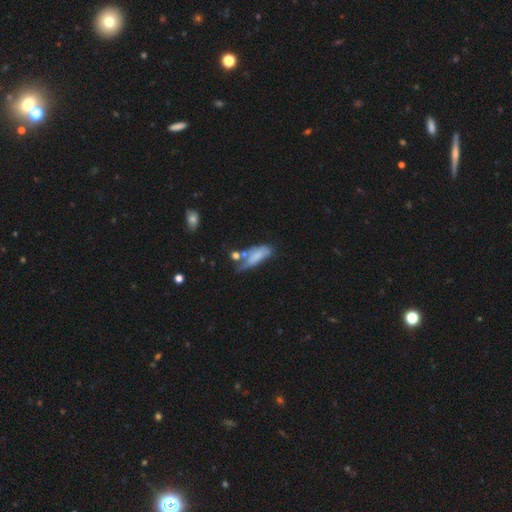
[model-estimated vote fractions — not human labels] Q: Smooth or featured?
A: smooth (62%); runner-up: featured or disk (28%)
Q: How rounded?
A: in between (69%); runner-up: cigar-shaped (28%)
Q: Merging?
A: none (27%); tied with: minor disturbance (27%)